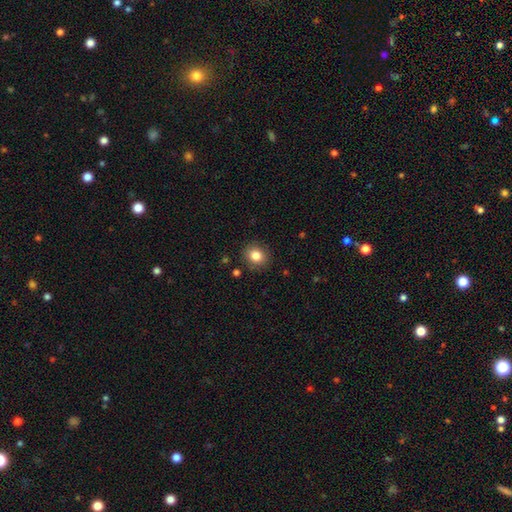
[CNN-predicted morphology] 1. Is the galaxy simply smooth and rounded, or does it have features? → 84% smooth, 10% star or artifact, 7% featured or disk.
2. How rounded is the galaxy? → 77% round, 22% in between, 1% cigar-shaped.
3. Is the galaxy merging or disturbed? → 88% none, 8% minor disturbance, 2% major disturbance, 1% merger.